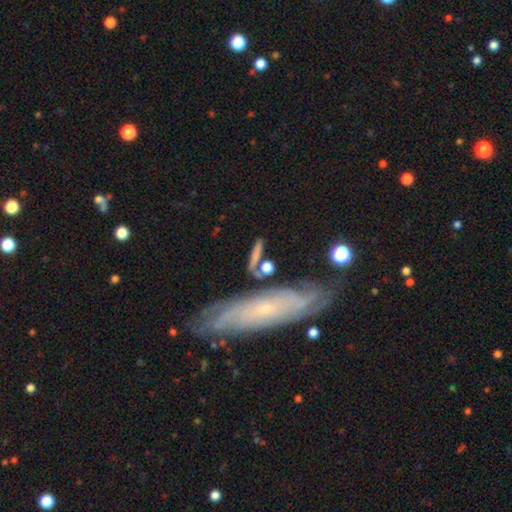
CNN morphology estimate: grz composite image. It shows a smooth galaxy with no disk features (62%) that is cigar-shaped (61%). Merging: none (69%).